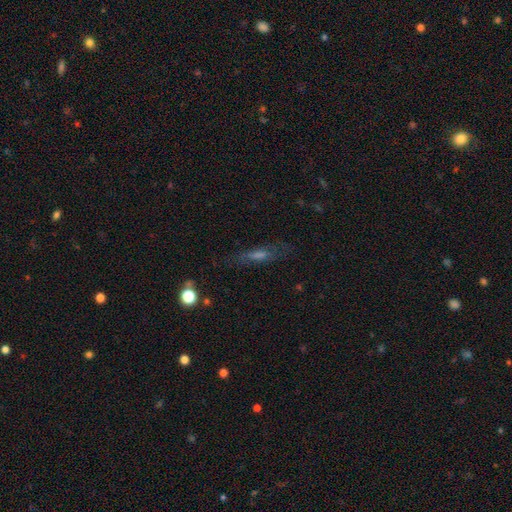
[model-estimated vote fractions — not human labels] Morphology: type=featured or disk (47%); merging=none (74%).